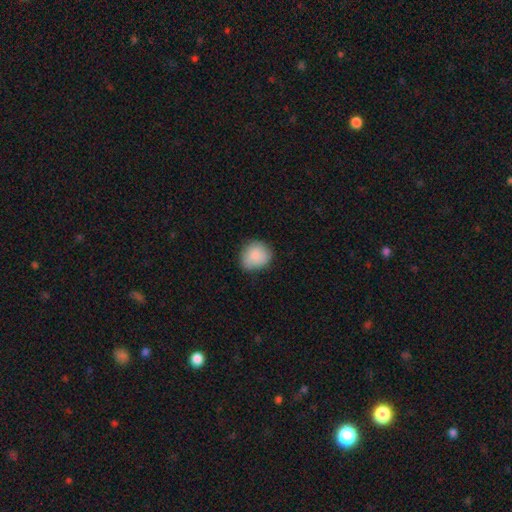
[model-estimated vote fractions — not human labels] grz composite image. It shows a smooth galaxy with no disk features (85%) that is round (76%). Merging: none (68%).